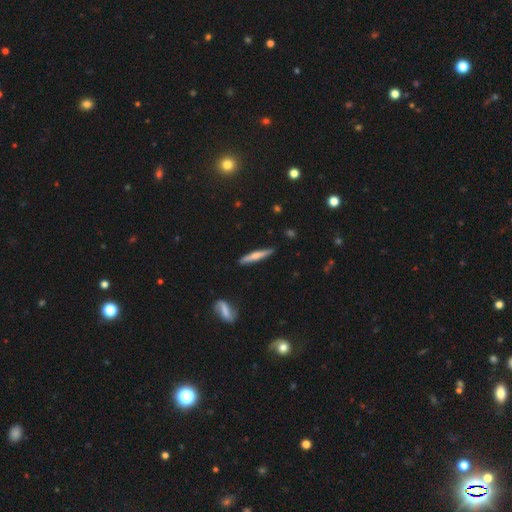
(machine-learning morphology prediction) smooth_or_featured: smooth (p=0.52) [alt: featured or disk p=0.43]
how_rounded: cigar-shaped (p=0.93) [alt: in between p=0.06]
merging: none (p=0.87) [alt: minor disturbance p=0.09]